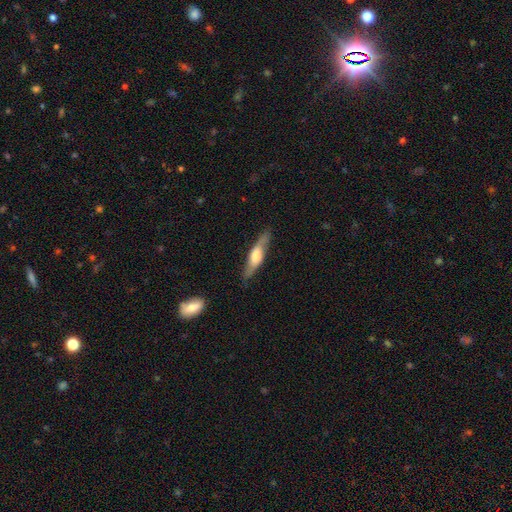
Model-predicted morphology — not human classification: Smooth or featured? featured or disk (53%)
Edge-on disk? yes (82%)
Merging? none (82%)